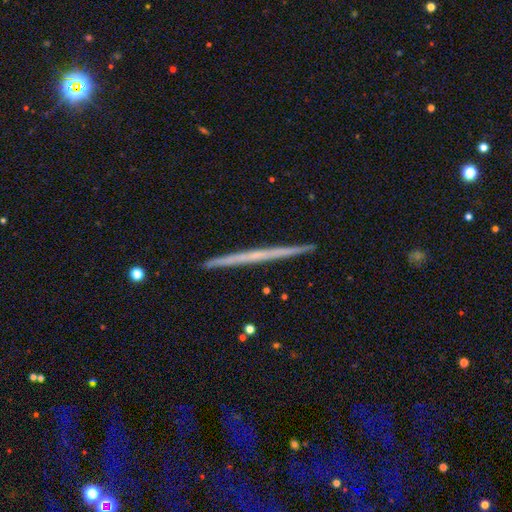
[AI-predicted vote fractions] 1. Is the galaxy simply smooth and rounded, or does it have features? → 65% featured or disk, 26% smooth, 9% star or artifact.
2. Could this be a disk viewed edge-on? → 98% yes, 2% no.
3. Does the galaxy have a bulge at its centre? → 75% none, 20% rounded, 5% boxy.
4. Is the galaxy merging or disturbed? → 91% none, 6% minor disturbance, 1% major disturbance, 1% merger.